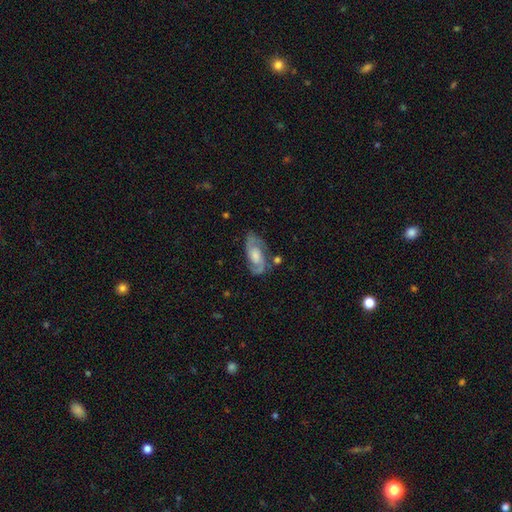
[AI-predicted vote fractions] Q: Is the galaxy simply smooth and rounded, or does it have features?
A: featured or disk — 83%.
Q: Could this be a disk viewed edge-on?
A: no — 96%.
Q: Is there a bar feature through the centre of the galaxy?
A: no — 56%.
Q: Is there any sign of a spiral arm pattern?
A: yes — 96%.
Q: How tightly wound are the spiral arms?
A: medium — 50%.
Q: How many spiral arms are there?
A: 2 — 88%.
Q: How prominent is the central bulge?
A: moderate — 38%.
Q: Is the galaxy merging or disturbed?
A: none — 72%.